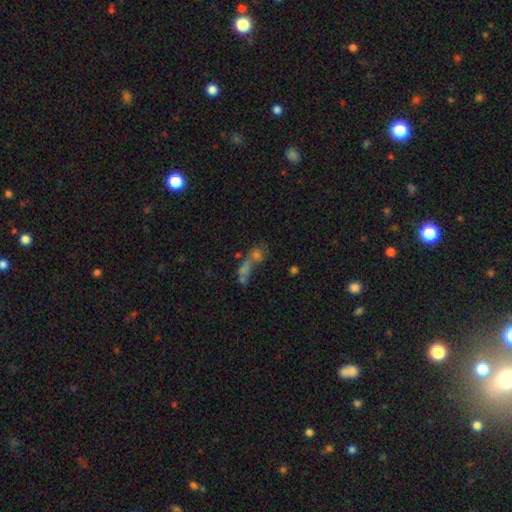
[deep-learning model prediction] Smooth or featured? smooth (45%)
Merging? merger (50%)